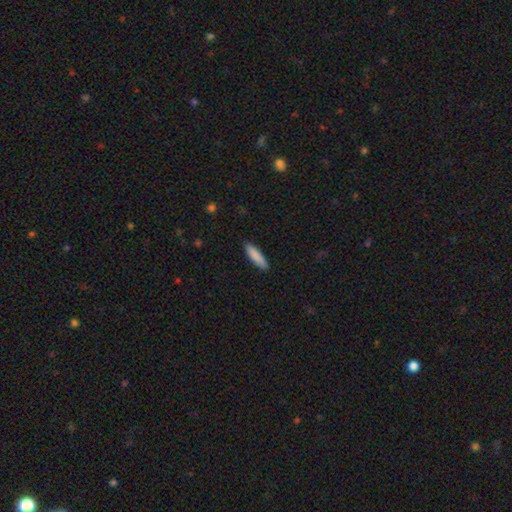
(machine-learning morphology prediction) smooth-or-featured: smooth: 88% | featured or disk: 7% | star or artifact: 6%
  how-rounded: cigar-shaped: 73% | in between: 26% | round: 1%
  merging: none: 89% | minor disturbance: 9% | major disturbance: 2% | merger: 1%